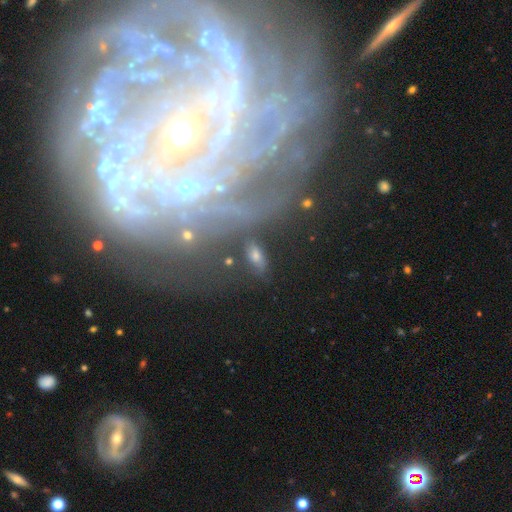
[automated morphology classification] Smooth or featured?
  - smooth: 53% *
  - featured or disk: 30%
  - star or artifact: 17%
How rounded?
  - in between: 79% *
  - cigar-shaped: 12%
  - round: 9%
Merging?
  - none: 67% *
  - minor disturbance: 17%
  - major disturbance: 9%
  - merger: 7%